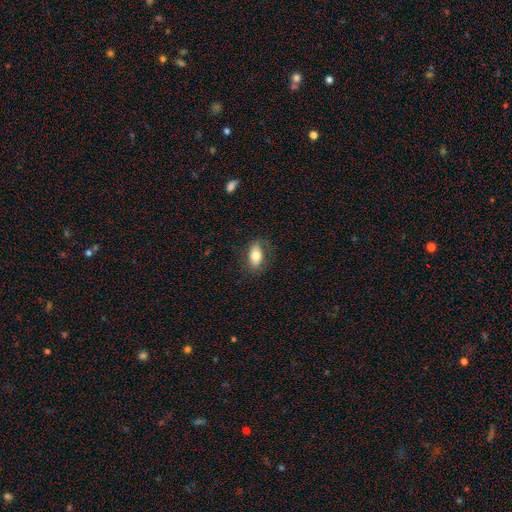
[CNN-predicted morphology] Overall: smooth (74%). How rounded: in between (89%). Merging: none (79%).